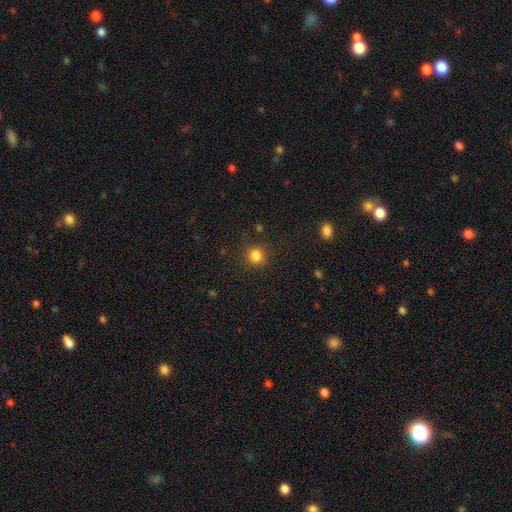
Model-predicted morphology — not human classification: Smooth or featured: smooth — 83% (star or artifact — 13%)
How rounded: round — 89% (in between — 10%)
Merging: none — 87% (minor disturbance — 8%)